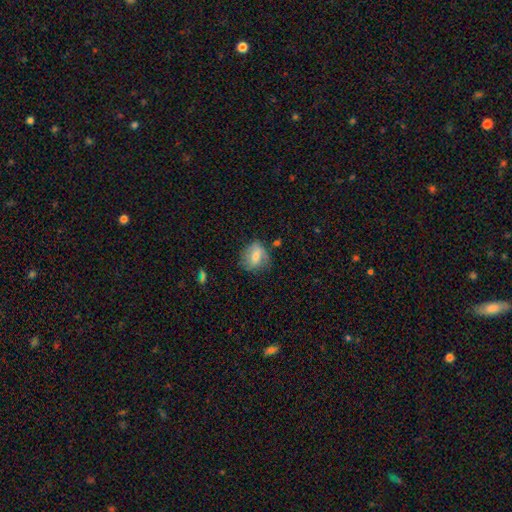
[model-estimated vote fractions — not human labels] Smooth or featured? smooth (66%)
How rounded? round (55%)
Merging? none (64%)